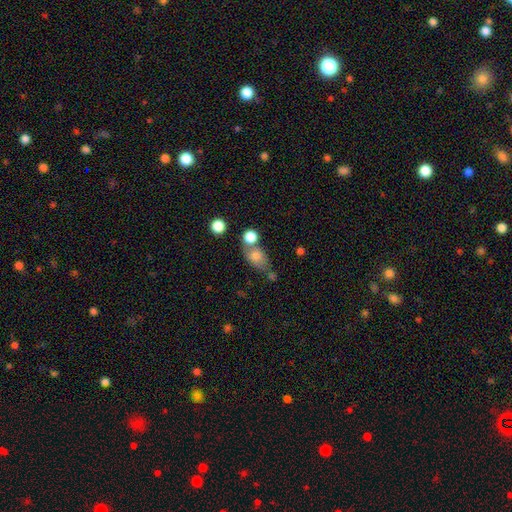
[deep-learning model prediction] Smooth or featured: smooth — 76% (featured or disk — 13%)
How rounded: in between — 60% (round — 36%)
Merging: none — 43% (merger — 34%)